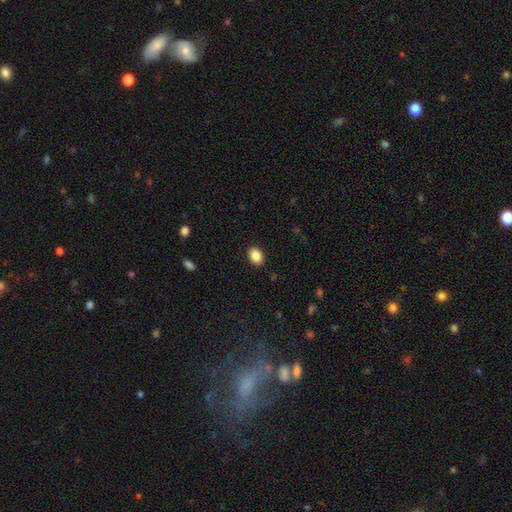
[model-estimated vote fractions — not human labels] This appears to be a smooth galaxy with no disk features (87%) that is in between round and cigar-shaped (67%). Merging: none (90%).